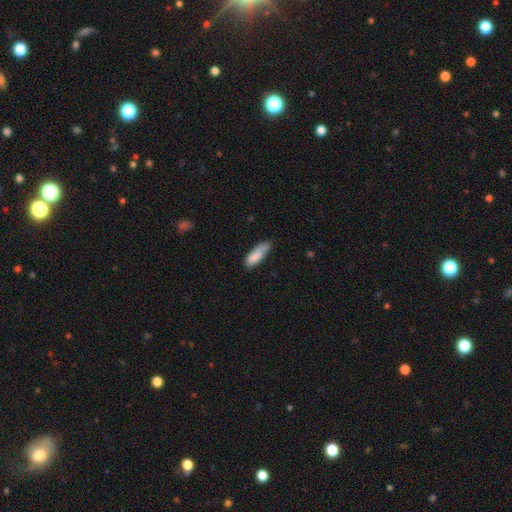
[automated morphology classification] Overall: smooth (83%). How rounded: in between (58%; cigar-shaped 40%). Merging: none (50%; minor disturbance 36%).